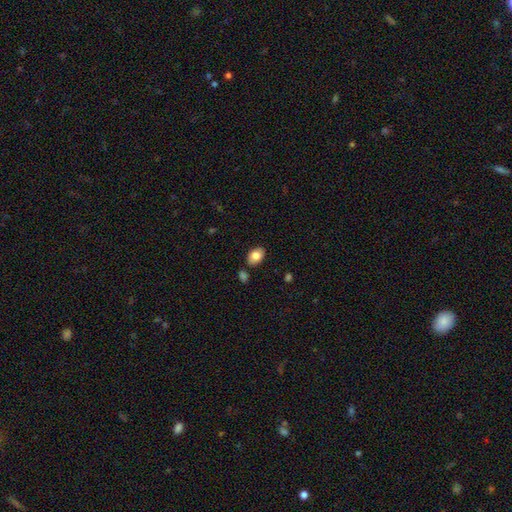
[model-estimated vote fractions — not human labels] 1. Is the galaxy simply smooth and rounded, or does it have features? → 82% smooth, 11% featured or disk, 7% star or artifact.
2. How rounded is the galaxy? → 86% in between, 13% round, 1% cigar-shaped.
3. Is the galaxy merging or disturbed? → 80% none, 12% minor disturbance, 5% merger, 2% major disturbance.